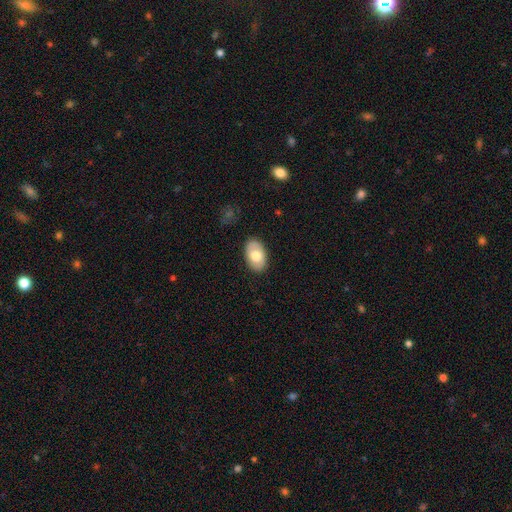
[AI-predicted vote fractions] Smooth or featured: smooth — 69% (featured or disk — 25%)
How rounded: in between — 90% (round — 8%)
Merging: none — 86% (minor disturbance — 10%)